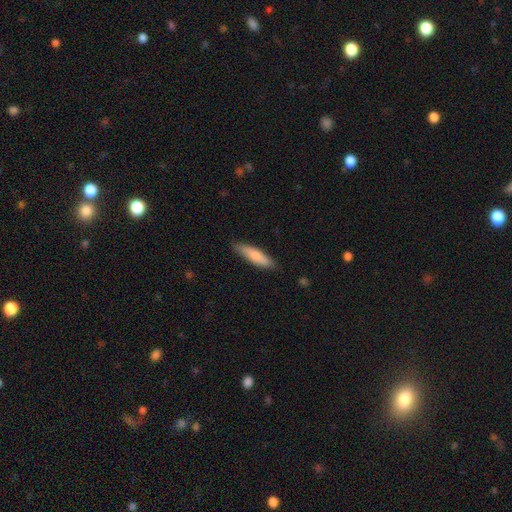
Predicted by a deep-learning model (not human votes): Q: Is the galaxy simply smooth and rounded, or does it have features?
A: smooth — 79%.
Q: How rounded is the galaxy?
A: cigar-shaped — 71%.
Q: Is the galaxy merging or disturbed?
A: none — 84%.